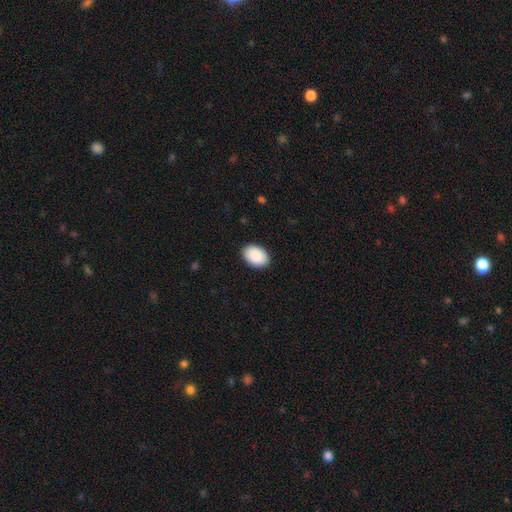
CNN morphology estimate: smooth-or-featured: smooth: 91% | star or artifact: 6% | featured or disk: 3%
  how-rounded: in between: 86% | round: 13% | cigar-shaped: 1%
  merging: none: 90% | minor disturbance: 7% | major disturbance: 2% | merger: 1%